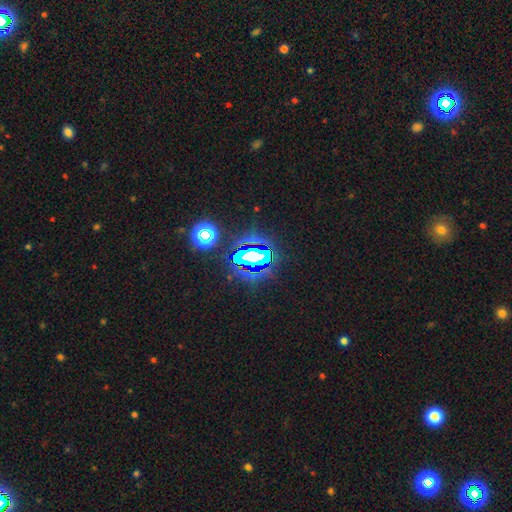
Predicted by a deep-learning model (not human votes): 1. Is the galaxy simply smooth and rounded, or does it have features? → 67% star or artifact, 19% smooth, 14% featured or disk.